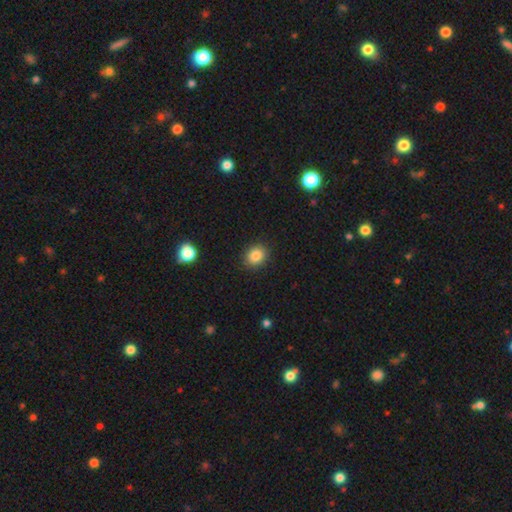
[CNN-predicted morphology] A smooth galaxy with no disk features (85%) that is round (62%). Merging: none (89%).